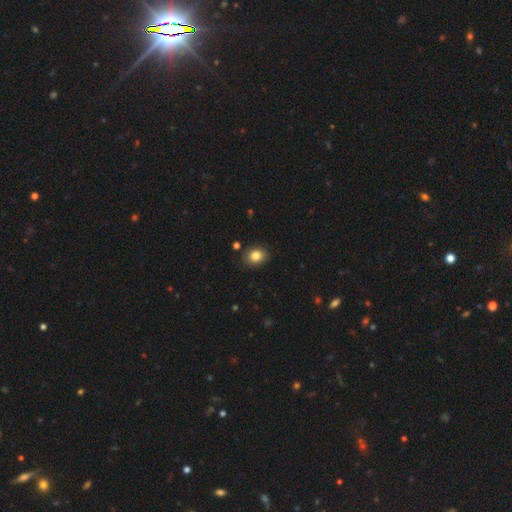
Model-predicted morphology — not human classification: Q: Smooth or featured?
A: smooth (83%); runner-up: star or artifact (10%)
Q: How rounded?
A: in between (54%); runner-up: round (45%)
Q: Merging?
A: none (87%); runner-up: minor disturbance (9%)